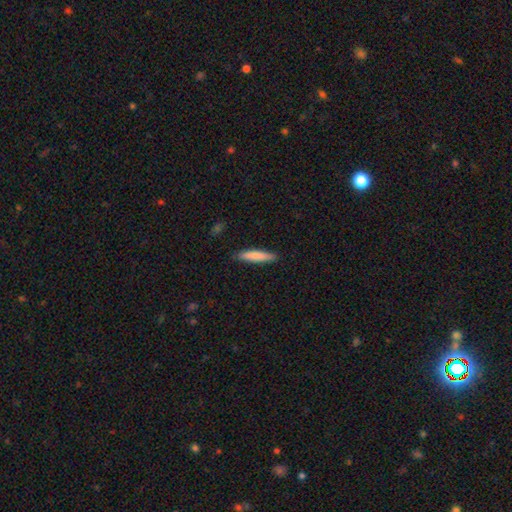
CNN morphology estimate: A smooth galaxy with no disk features (80%) that is cigar-shaped (89%).

Vote fractions:
- Smooth or featured? smooth: 80% / featured or disk: 14% / star or artifact: 6%
- How rounded? cigar-shaped: 89% / in between: 10% / round: 1%
- Merging? none: 88% / minor disturbance: 9% / major disturbance: 2% / merger: 1%